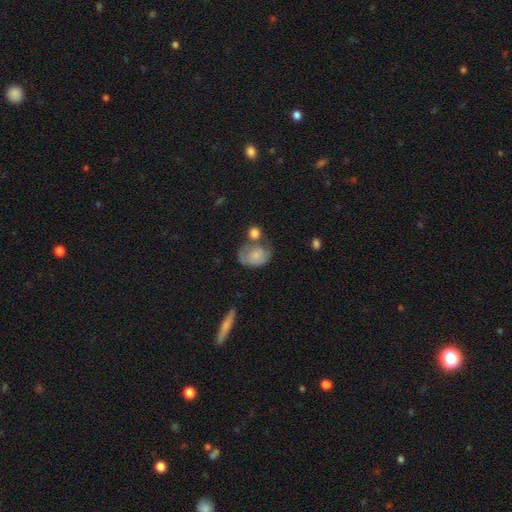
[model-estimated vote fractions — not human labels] smooth_or_featured: smooth (p=0.56) [alt: featured or disk p=0.37]
how_rounded: in between (p=0.63) [alt: round p=0.35]
merging: none (p=0.33) [alt: merger p=0.25]